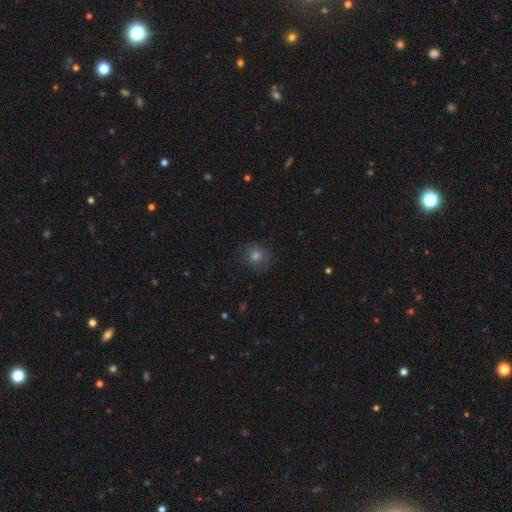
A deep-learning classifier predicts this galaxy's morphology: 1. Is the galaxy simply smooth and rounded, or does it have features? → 67% smooth, 19% star or artifact, 15% featured or disk.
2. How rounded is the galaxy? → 78% round, 21% in between, 1% cigar-shaped.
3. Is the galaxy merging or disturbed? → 79% none, 15% minor disturbance, 5% major disturbance, 1% merger.